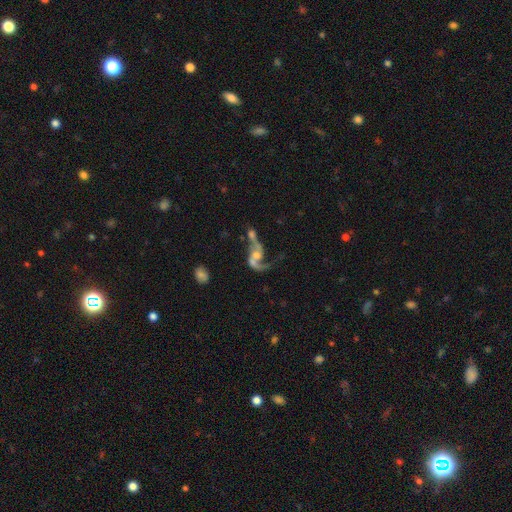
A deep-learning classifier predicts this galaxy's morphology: Q: Smooth or featured?
A: featured or disk (80%); runner-up: smooth (12%)
Q: Edge-on disk?
A: no (96%); runner-up: yes (4%)
Q: Bar?
A: no (59%); runner-up: weak (31%)
Q: Spiral arms?
A: yes (87%); runner-up: no (13%)
Q: Spiral winding?
A: loose (78%); runner-up: medium (18%)
Q: Spiral arm count?
A: 2 (78%); runner-up: 1 (15%)
Q: Bulge size?
A: moderate (44%); runner-up: small (30%)
Q: Merging?
A: merger (40%); runner-up: none (25%)